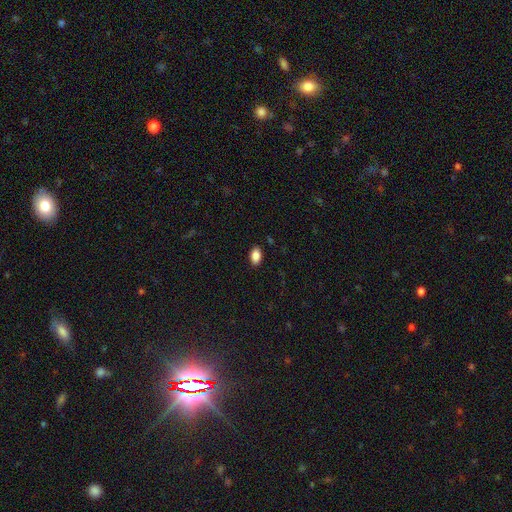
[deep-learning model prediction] This appears to be a smooth galaxy with no disk features (88%) that is in between round and cigar-shaped (90%). Merging: none (89%).